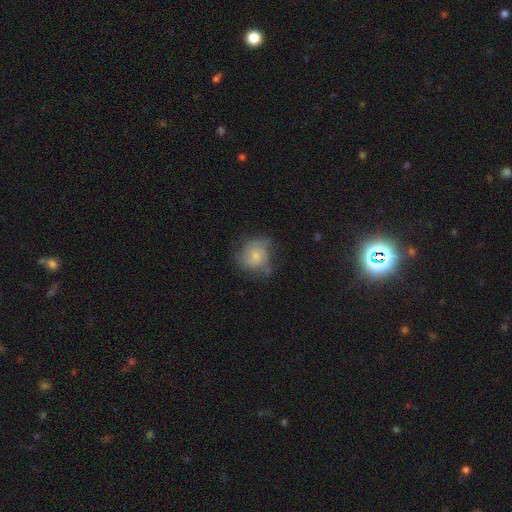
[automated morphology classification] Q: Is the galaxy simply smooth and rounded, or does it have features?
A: smooth — 51%.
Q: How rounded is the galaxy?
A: round — 76%.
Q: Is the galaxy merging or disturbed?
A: none — 53%.